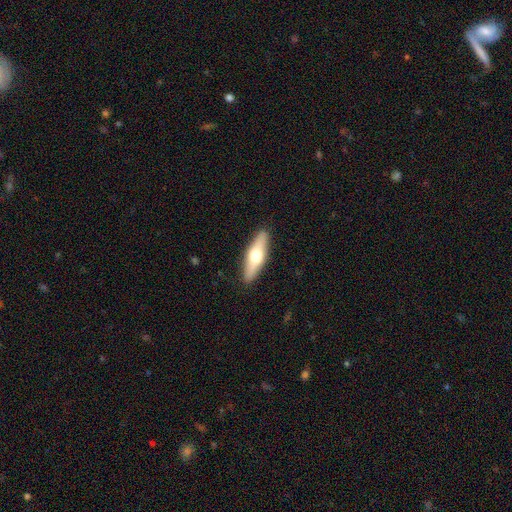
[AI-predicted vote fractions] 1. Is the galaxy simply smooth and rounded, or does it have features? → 53% smooth, 42% featured or disk, 5% star or artifact.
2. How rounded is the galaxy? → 58% cigar-shaped, 39% in between, 2% round.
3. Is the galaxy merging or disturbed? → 89% none, 8% minor disturbance, 2% major disturbance, 1% merger.